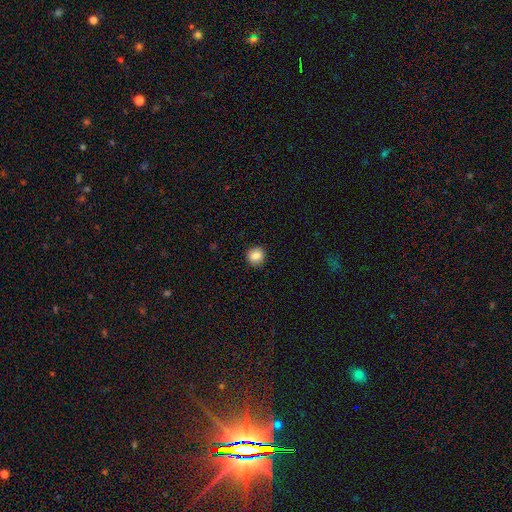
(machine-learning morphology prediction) type=smooth (85%); roundness=round (91%); merging=none (91%).